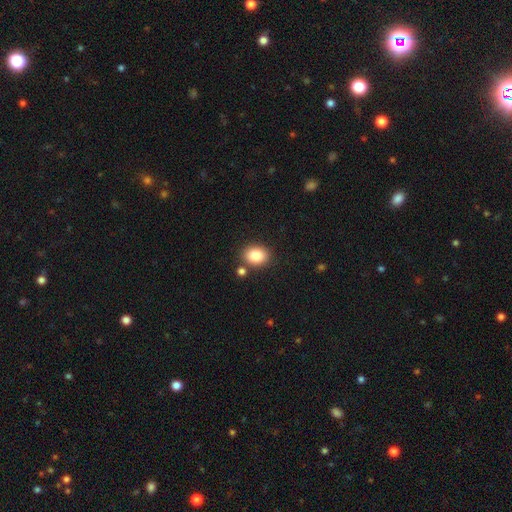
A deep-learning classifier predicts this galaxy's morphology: This is clearly a smooth galaxy (85%). How rounded: possibly in between (55%). Merging: clearly none (81%).